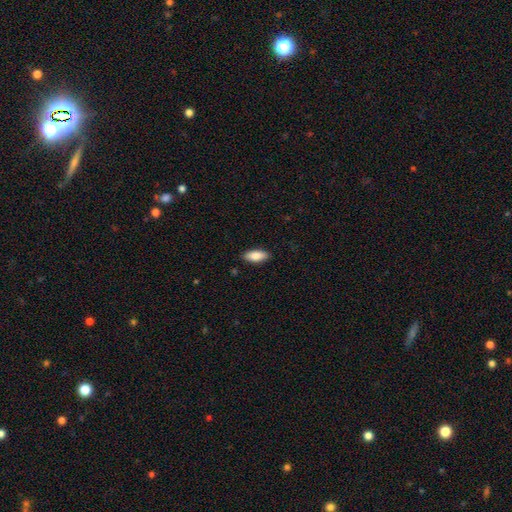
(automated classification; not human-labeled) Overall: smooth (84%). How rounded: in between (78%). Merging: none (89%).